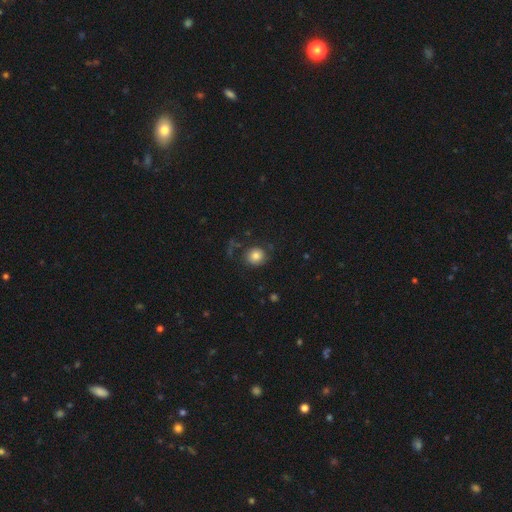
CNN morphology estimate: Q: Smooth or featured?
A: smooth (80%); runner-up: featured or disk (10%)
Q: How rounded?
A: round (84%); runner-up: in between (15%)
Q: Merging?
A: none (75%); runner-up: minor disturbance (14%)